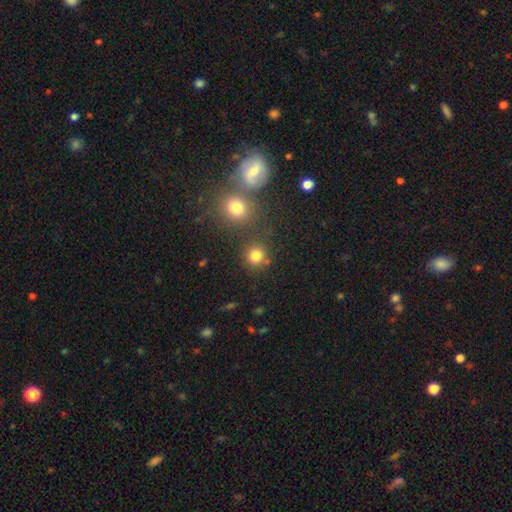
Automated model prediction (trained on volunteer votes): Overall: smooth (80%). How rounded: round (91%). Merging: none (76%).